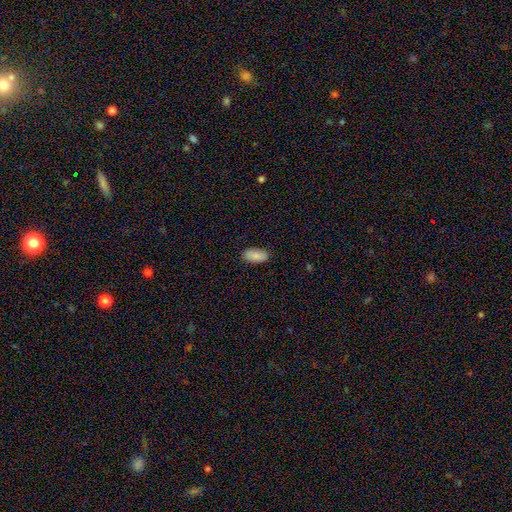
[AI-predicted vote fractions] smooth_or_featured: smooth (p=0.88) [alt: star or artifact p=0.07]
how_rounded: in between (p=0.91) [alt: cigar-shaped p=0.07]
merging: none (p=0.88) [alt: minor disturbance p=0.09]